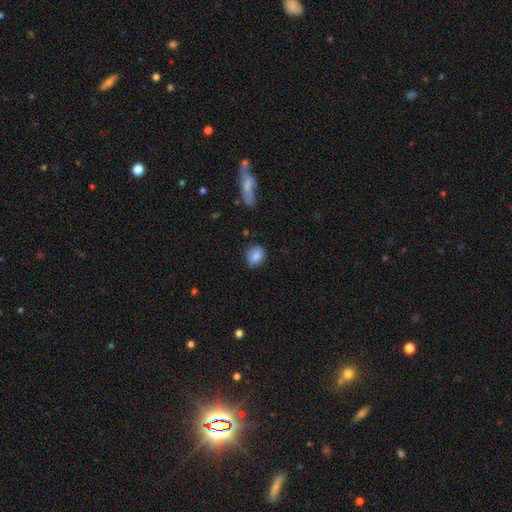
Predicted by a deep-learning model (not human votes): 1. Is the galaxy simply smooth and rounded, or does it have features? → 81% smooth, 11% featured or disk, 8% star or artifact.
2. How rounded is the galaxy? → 51% round, 48% in between, 1% cigar-shaped.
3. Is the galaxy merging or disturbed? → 69% none, 24% minor disturbance, 5% major disturbance, 2% merger.